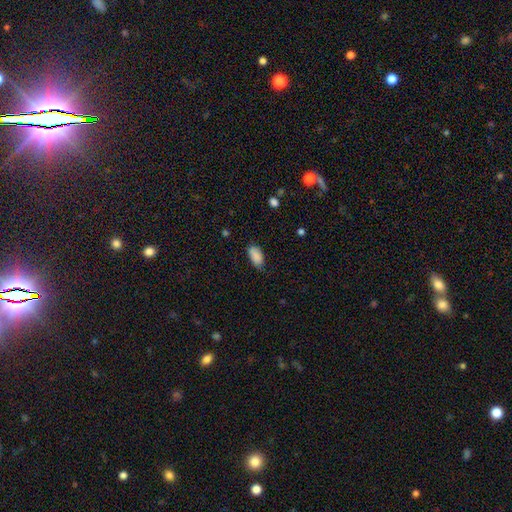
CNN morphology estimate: Q: Smooth or featured?
A: smooth (88%); runner-up: star or artifact (7%)
Q: How rounded?
A: in between (94%); runner-up: round (3%)
Q: Merging?
A: none (64%); runner-up: minor disturbance (29%)